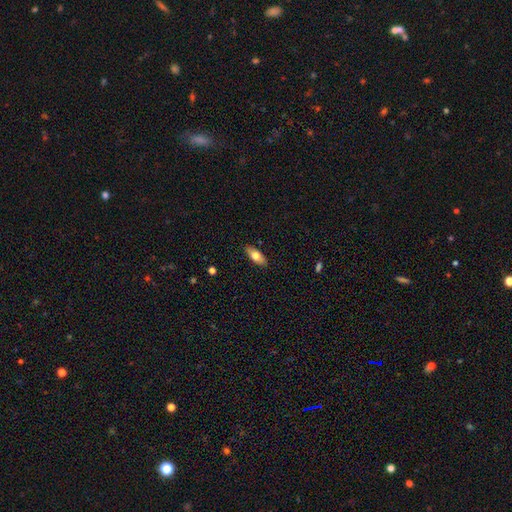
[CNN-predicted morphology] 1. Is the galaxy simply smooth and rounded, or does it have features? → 70% smooth, 24% featured or disk, 6% star or artifact.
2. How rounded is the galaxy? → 80% in between, 17% cigar-shaped, 3% round.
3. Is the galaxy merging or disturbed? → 89% none, 8% minor disturbance, 2% major disturbance, 1% merger.